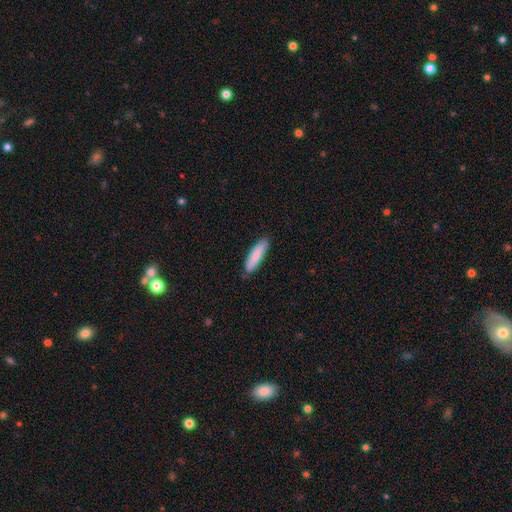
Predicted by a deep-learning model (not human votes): smooth-or-featured: smooth: 84% | featured or disk: 11% | star or artifact: 5%
  how-rounded: cigar-shaped: 69% | in between: 30% | round: 1%
  merging: none: 83% | minor disturbance: 14% | major disturbance: 2% | merger: 1%